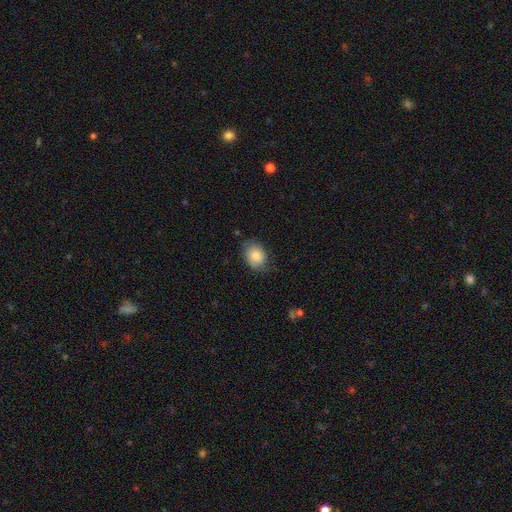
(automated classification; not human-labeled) smooth 82%, featured or disk 11%, star or artifact 7%. Down the decision tree: how rounded — in between (69%); merging — none (70%).